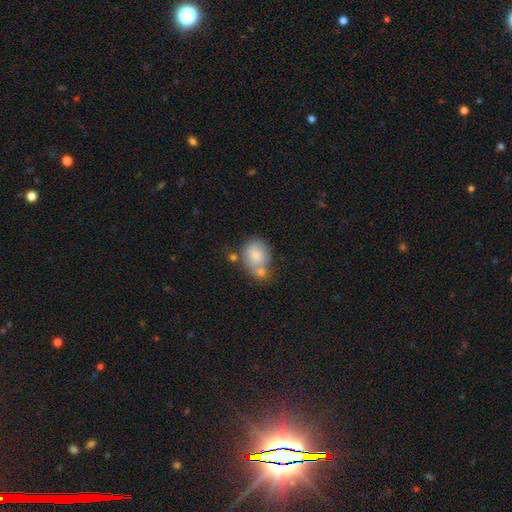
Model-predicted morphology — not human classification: Overall: smooth (76%). How rounded: round (52%; in between 47%). Merging: none (39%; merger 38%).